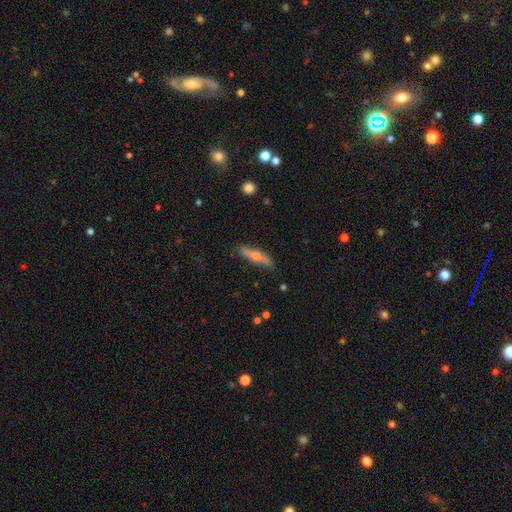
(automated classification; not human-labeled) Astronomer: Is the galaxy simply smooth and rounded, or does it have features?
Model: featured or disk — 50% (runner-up: smooth, 43%).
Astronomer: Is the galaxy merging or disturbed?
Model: none — 85%.